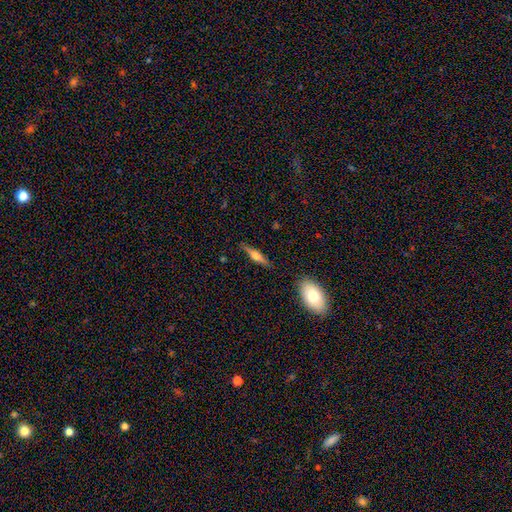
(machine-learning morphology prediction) A featured or disk galaxy (53%) viewed edge-on (95%) with a rounded central bulge (85%). Merging: none (85%).